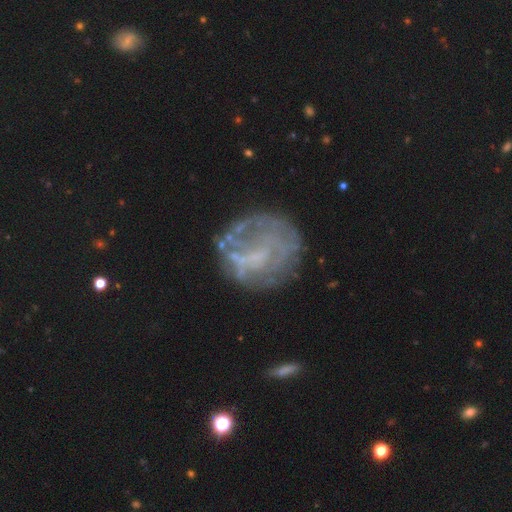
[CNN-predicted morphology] Smooth or featured? featured or disk (63%)
Edge-on disk? no (98%)
Bar? no (63%)
Spiral arms? no (67%)
Bulge size? none (63%)
Merging? none (64%)